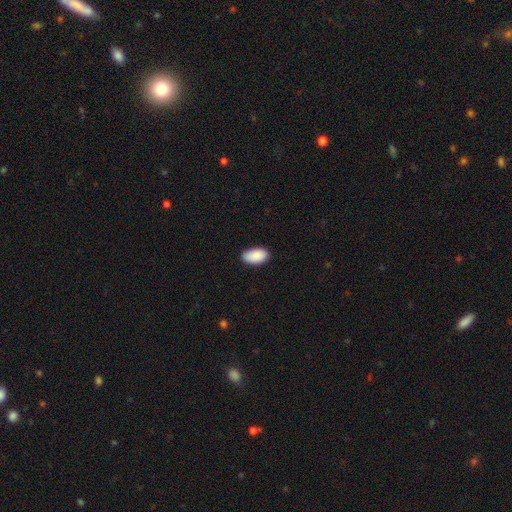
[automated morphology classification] smooth 91%, star or artifact 6%, featured or disk 3%. Down the decision tree: how rounded — in between (96%); merging — none (86%).